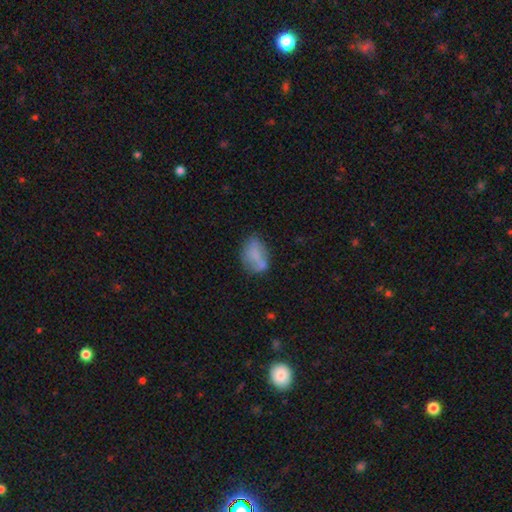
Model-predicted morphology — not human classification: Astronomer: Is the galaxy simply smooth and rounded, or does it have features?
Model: smooth — 70%.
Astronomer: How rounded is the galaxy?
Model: in between — 81%.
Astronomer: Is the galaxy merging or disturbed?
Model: none — 49% (runner-up: minor disturbance, 25%).